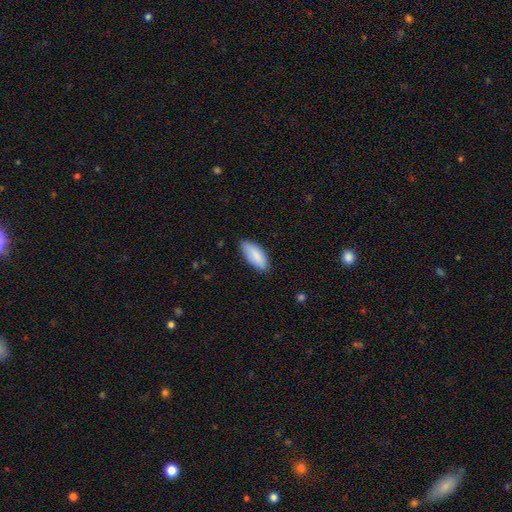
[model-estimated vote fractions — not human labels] A smooth galaxy with no disk features (87%) that is in between round and cigar-shaped (84%). Merging: none (80%).